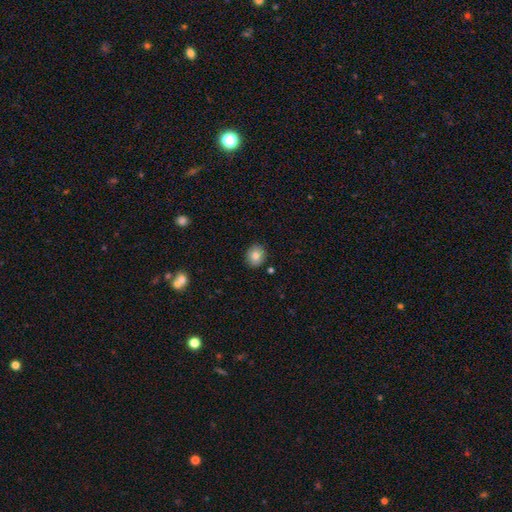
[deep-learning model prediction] Smooth or featured? smooth (83%)
How rounded? round (74%)
Merging? none (88%)